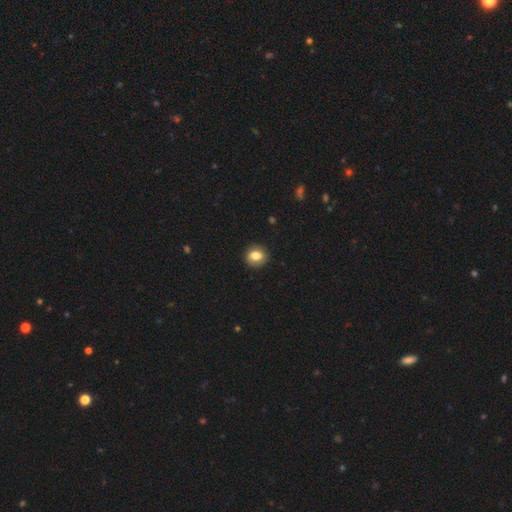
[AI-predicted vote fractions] Smooth or featured? Predicted: smooth (p=0.81). How rounded? Predicted: round (p=0.81). Merging? Predicted: none (p=0.89).